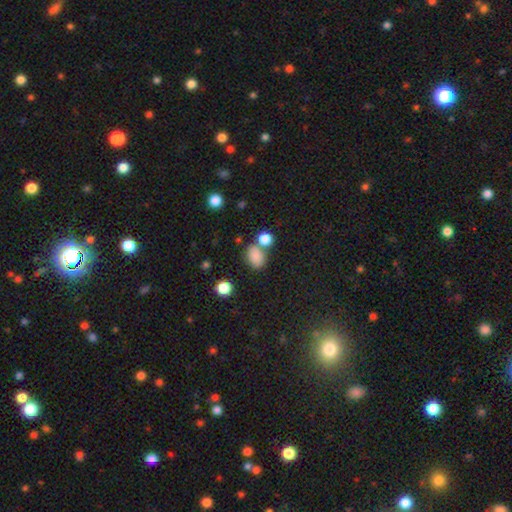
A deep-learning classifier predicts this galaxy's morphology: Smooth or featured: smooth — 82% (star or artifact — 12%)
How rounded: in between — 72% (round — 27%)
Merging: none — 55% (merger — 27%)